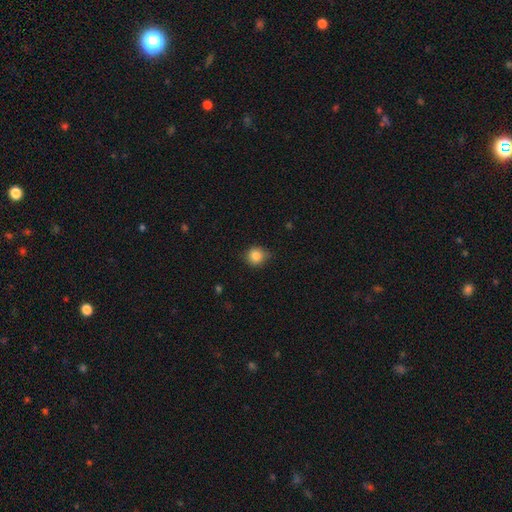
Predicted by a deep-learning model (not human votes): A smooth galaxy with no disk features (84%) that is round (87%). Merging: none (79%).